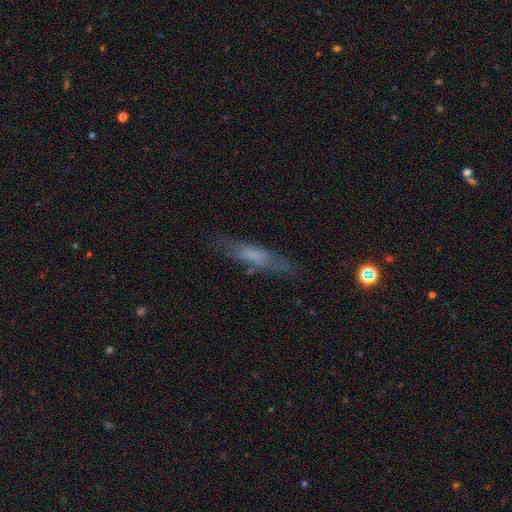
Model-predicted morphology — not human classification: A smooth galaxy with no disk features (51%) that is cigar-shaped (79%). Merging: none (73%).